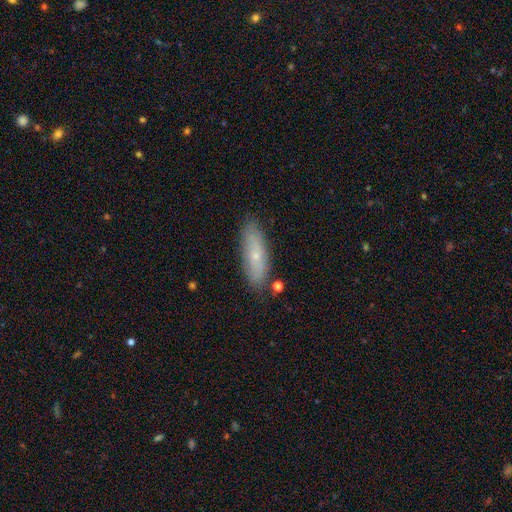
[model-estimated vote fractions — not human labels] Q: Smooth or featured?
A: smooth (59%); runner-up: featured or disk (34%)
Q: How rounded?
A: in between (51%); runner-up: cigar-shaped (46%)
Q: Merging?
A: none (80%); runner-up: minor disturbance (15%)